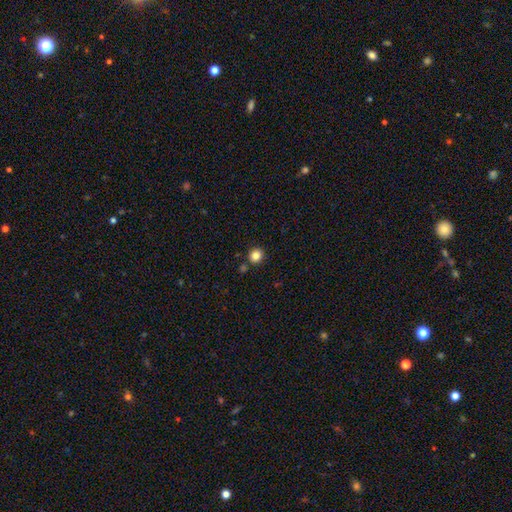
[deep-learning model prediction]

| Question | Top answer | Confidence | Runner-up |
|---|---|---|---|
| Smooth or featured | smooth | 84% | star or artifact (12%) |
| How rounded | round | 91% | in between (8%) |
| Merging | none | 87% | minor disturbance (6%) |